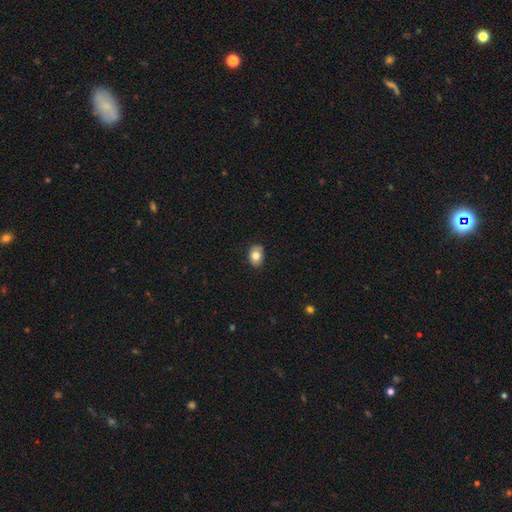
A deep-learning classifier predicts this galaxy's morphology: type=smooth (78%); roundness=in between (69%); merging=none (80%).